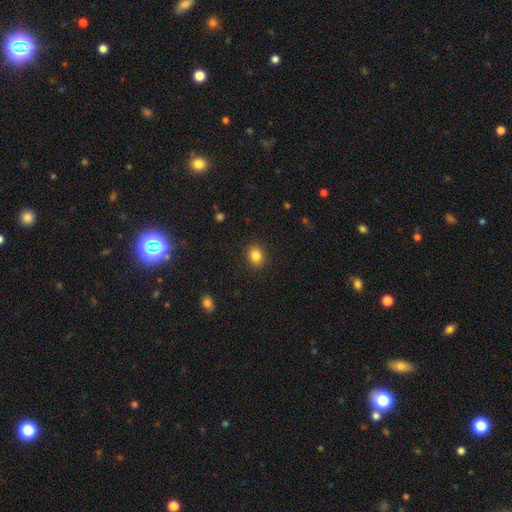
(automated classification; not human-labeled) This appears to be a smooth galaxy with no disk features (85%) that is in between round and cigar-shaped (51%). Merging: none (89%).